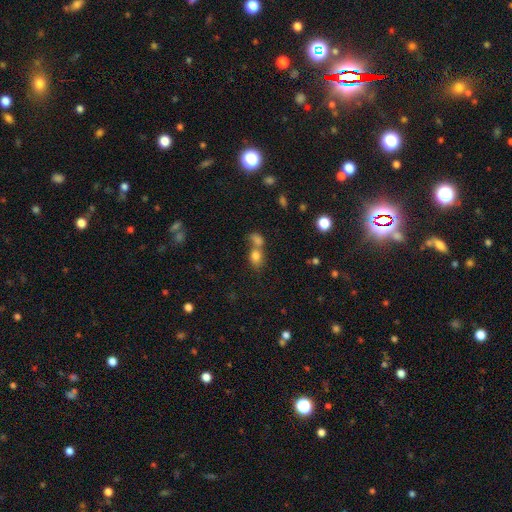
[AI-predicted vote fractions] smooth-or-featured: smooth: 79% | star or artifact: 12% | featured or disk: 9%
  how-rounded: in between: 60% | round: 38% | cigar-shaped: 2%
  merging: merger: 54% | none: 33% | minor disturbance: 8% | major disturbance: 5%